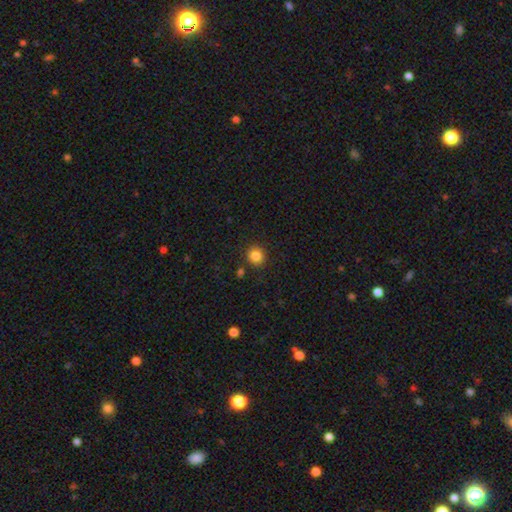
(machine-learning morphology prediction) Q: Smooth or featured?
A: smooth (84%); runner-up: star or artifact (11%)
Q: How rounded?
A: round (91%); runner-up: in between (8%)
Q: Merging?
A: none (89%); runner-up: minor disturbance (7%)